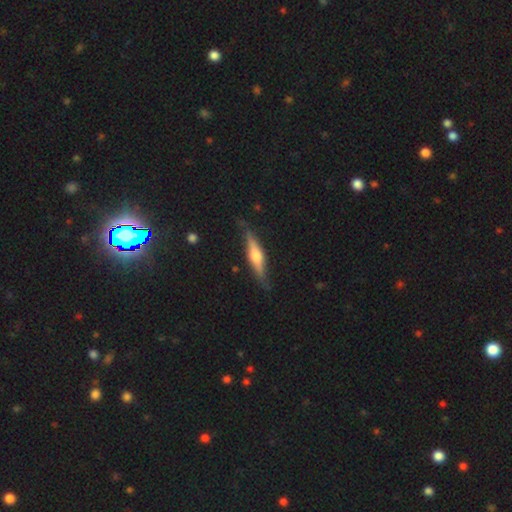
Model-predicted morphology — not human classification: Smooth or featured: featured or disk — 65% (smooth — 30%)
Edge-on disk: yes — 94% (no — 6%)
Edge-on bulge: rounded — 86% (boxy — 9%)
Merging: none — 80% (minor disturbance — 15%)